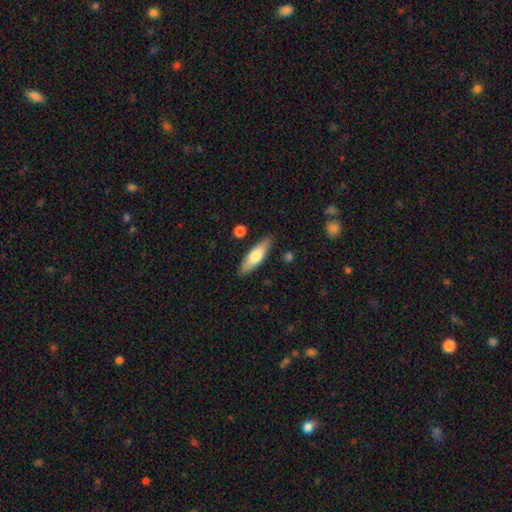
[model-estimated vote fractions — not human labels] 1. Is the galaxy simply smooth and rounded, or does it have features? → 67% smooth, 27% featured or disk, 6% star or artifact.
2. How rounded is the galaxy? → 53% cigar-shaped, 45% in between, 2% round.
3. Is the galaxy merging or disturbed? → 86% none, 10% minor disturbance, 2% merger, 2% major disturbance.